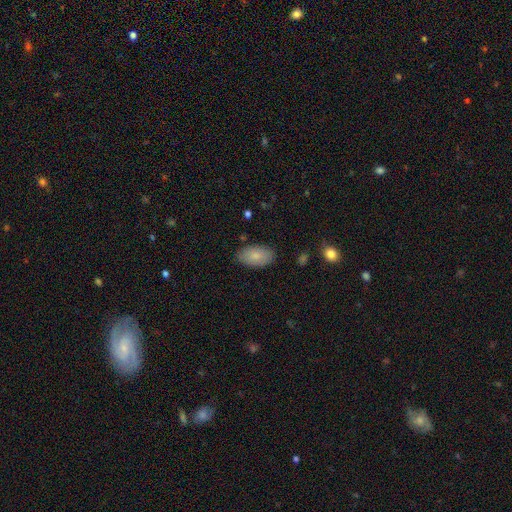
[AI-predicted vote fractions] This is clearly a smooth galaxy (81%). How rounded: clearly in between (94%). Merging: clearly none (84%).